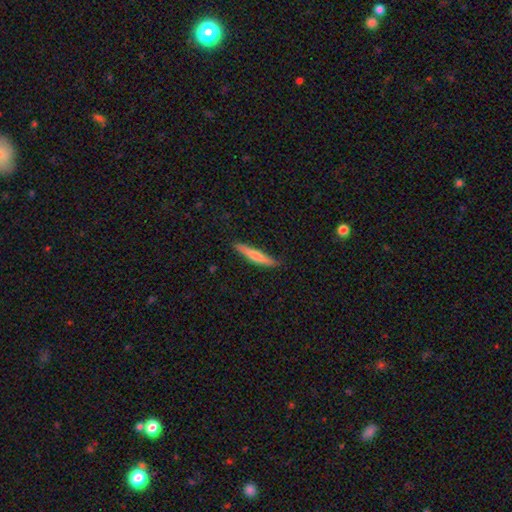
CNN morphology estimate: type=smooth (68%); roundness=cigar-shaped (91%); merging=none (84%).